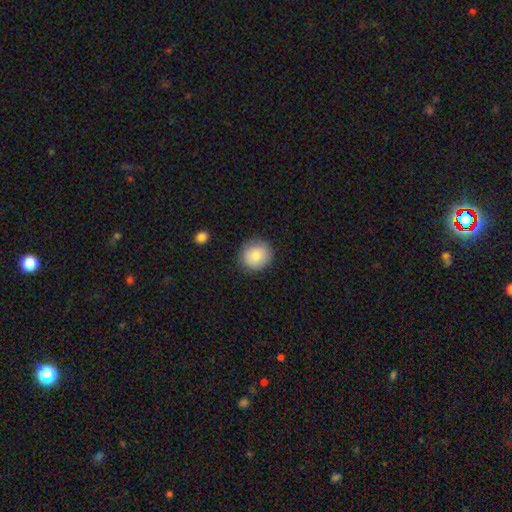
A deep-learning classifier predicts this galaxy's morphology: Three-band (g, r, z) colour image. It shows a smooth galaxy with no disk features (85%) that is round (86%). Merging: none (86%).